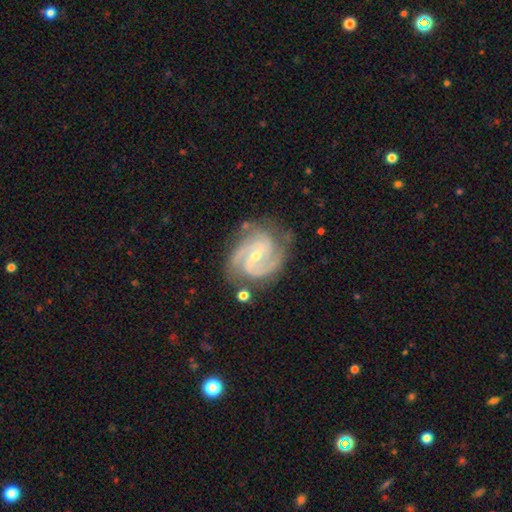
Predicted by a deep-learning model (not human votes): This appears to be a featured or disk galaxy (92%) with a weak bar (47%), 2 (53%) medium (50%) spiral arms (98%) and a small central bulge (65%). Merging: none (72%).